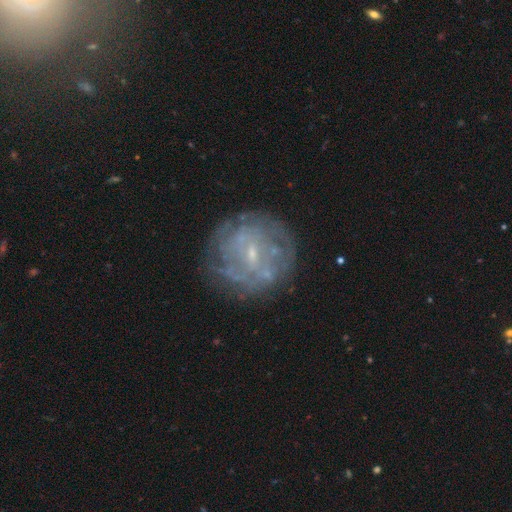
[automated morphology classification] type=featured or disk (68%); edge-on=no (97%); bar=weak (46%); spiral arms=yes (62%); bulge=small (76%); merging=none (77%).